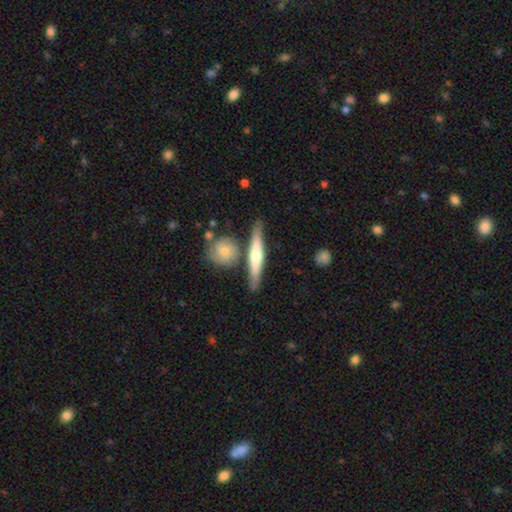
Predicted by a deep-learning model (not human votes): Morphology: type=featured or disk (52%); edge-on=yes (93%); merging=none (77%).